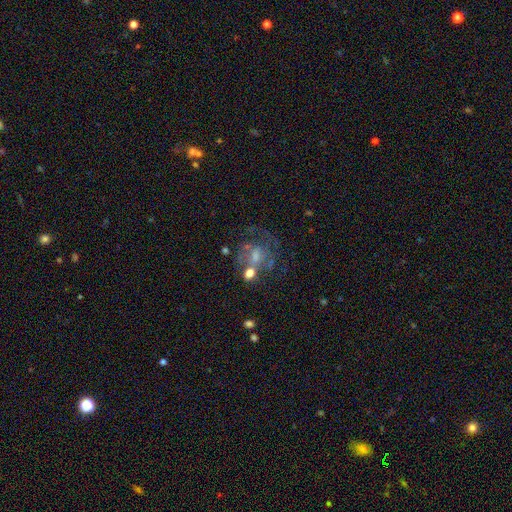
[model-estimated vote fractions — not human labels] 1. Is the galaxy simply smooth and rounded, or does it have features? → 63% featured or disk, 20% smooth, 16% star or artifact.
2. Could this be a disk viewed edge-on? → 97% no, 3% yes.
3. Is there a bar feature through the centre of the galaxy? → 62% no, 31% weak, 7% strong.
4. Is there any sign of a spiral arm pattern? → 64% yes, 36% no.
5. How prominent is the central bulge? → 41% small, 37% moderate, 15% none, 5% large, 2% dominant.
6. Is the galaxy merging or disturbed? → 45% none, 22% major disturbance, 17% minor disturbance, 16% merger.